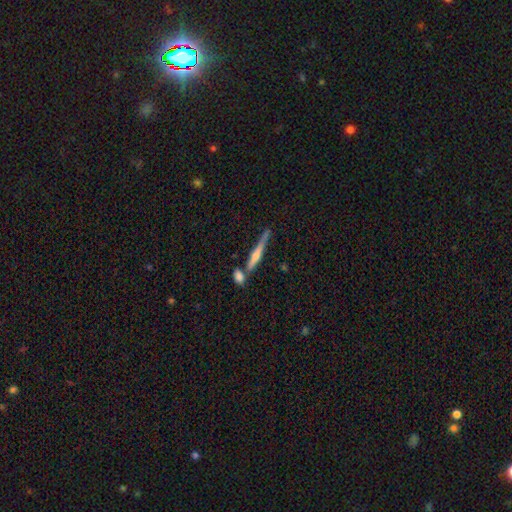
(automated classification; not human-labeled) Overall: featured or disk (66%; smooth 26%). Edge-on disk: yes (97%). Edge-on bulge: rounded (81%). Merging: none (67%).